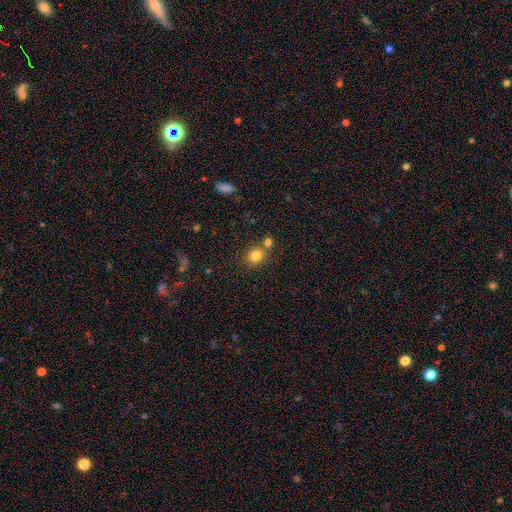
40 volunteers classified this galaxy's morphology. Smooth or featured? 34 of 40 (85%) said smooth. How rounded? 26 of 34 (76%) said round. Merging? 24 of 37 (65%) said none.